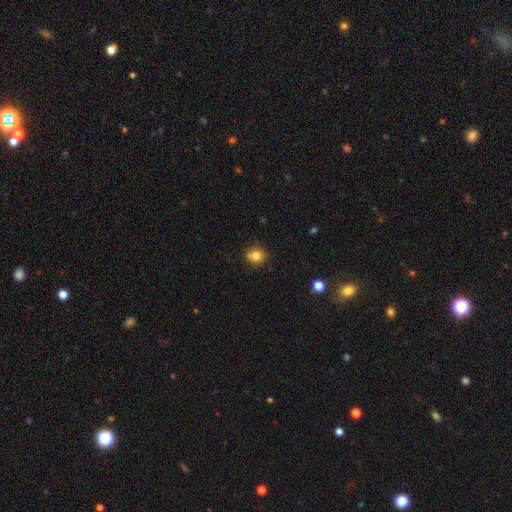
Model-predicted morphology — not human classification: type=smooth (79%); roundness=round (83%); merging=none (71%).